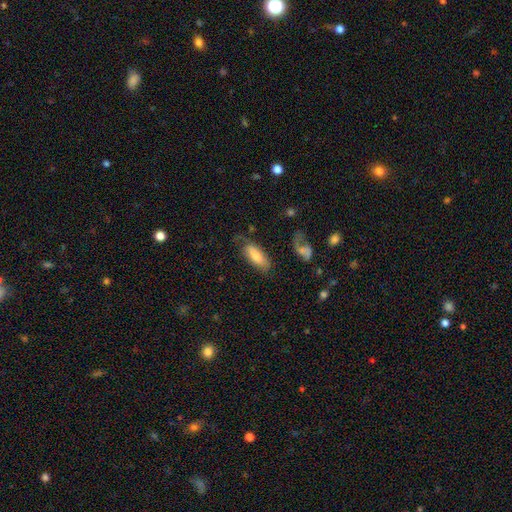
smooth_or_featured: smooth (p=0.62) [alt: featured or disk p=0.31]
how_rounded: in between (p=0.75) [alt: cigar-shaped p=0.21]
merging: none (p=0.36) [alt: minor disturbance p=0.33]